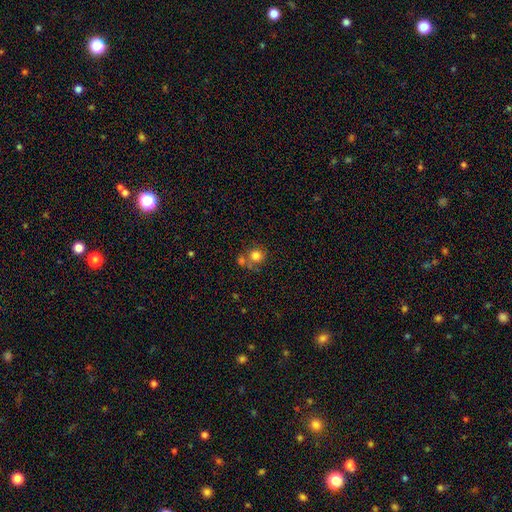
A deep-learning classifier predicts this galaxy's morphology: A smooth galaxy with no disk features (79%) that is round (84%). Merging: none (53%).